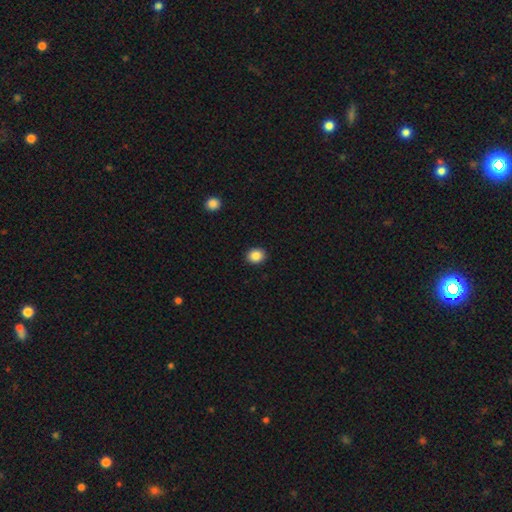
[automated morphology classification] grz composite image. It shows a smooth galaxy with no disk features (87%) that is round (62%). Merging: none (92%).